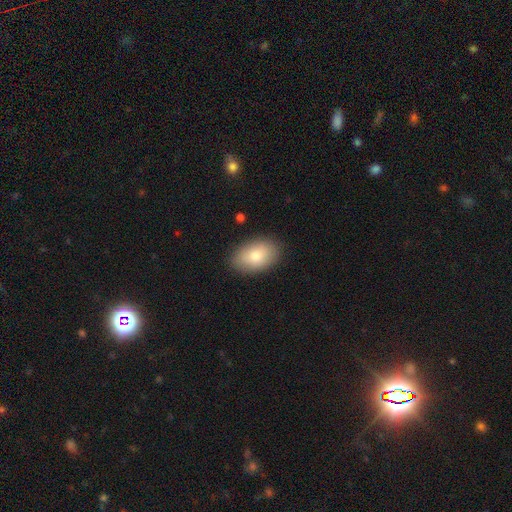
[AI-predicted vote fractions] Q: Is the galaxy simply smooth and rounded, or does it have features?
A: smooth — 80%.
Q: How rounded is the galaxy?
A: in between — 90%.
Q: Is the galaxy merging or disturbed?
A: none — 86%.